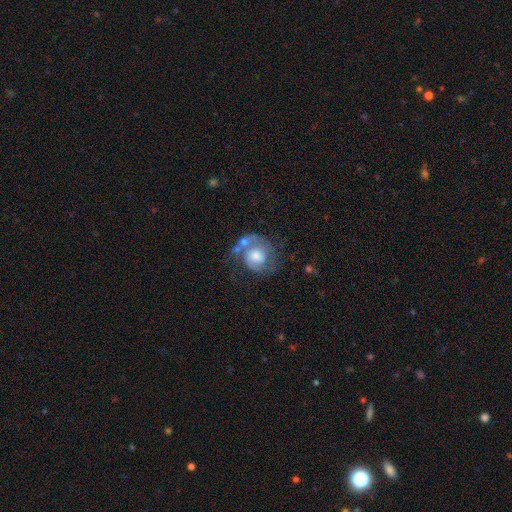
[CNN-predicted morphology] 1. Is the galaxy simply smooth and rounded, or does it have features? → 63% featured or disk, 30% smooth, 7% star or artifact.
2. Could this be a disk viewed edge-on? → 98% no, 2% yes.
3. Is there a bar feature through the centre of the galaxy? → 71% no, 25% weak, 5% strong.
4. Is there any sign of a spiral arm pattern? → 80% yes, 20% no.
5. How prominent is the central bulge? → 51% moderate, 29% large, 13% small, 4% none, 3% dominant.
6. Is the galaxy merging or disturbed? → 43% none, 21% major disturbance, 20% minor disturbance, 16% merger.